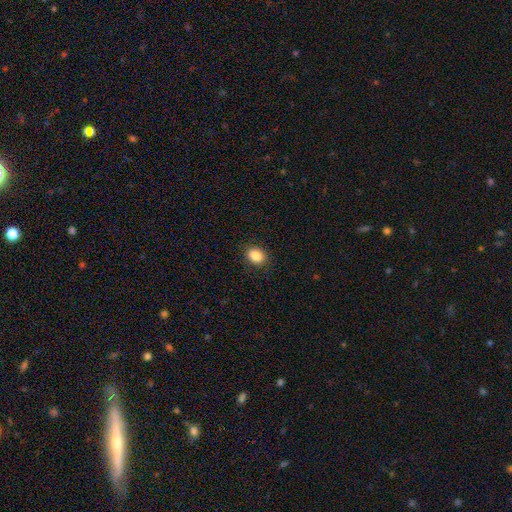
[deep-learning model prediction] Smooth or featured: smooth — 87% (star or artifact — 9%)
How rounded: in between — 60% (round — 39%)
Merging: none — 89% (minor disturbance — 8%)